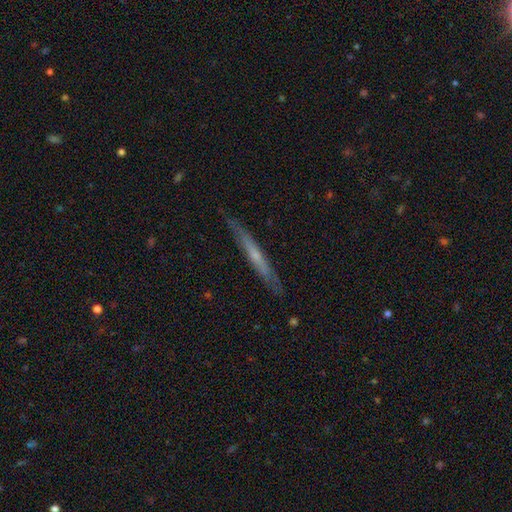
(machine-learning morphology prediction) A featured or disk galaxy (57%) viewed edge-on (93%) with no central bulge (65%).

Vote fractions:
- Smooth or featured? featured or disk: 57% / smooth: 37% / star or artifact: 6%
- Edge-on disk? yes: 93% / no: 7%
- Edge-on bulge? none: 65% / rounded: 30% / boxy: 5%
- Merging? none: 85% / minor disturbance: 12% / major disturbance: 2% / merger: 1%